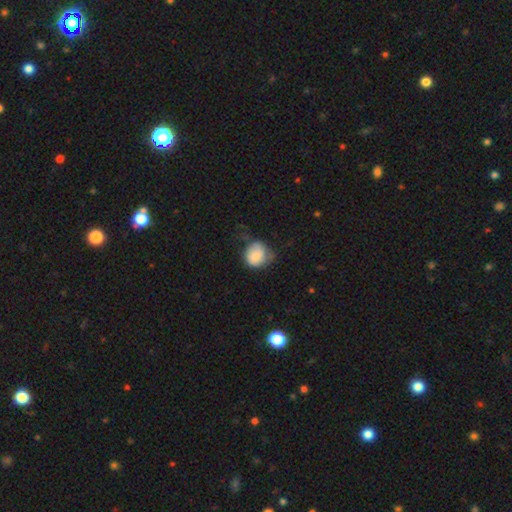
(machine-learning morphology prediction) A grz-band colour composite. It shows a smooth galaxy with no disk features (76%) that is round (74%). Merging: minor disturbance (40%).